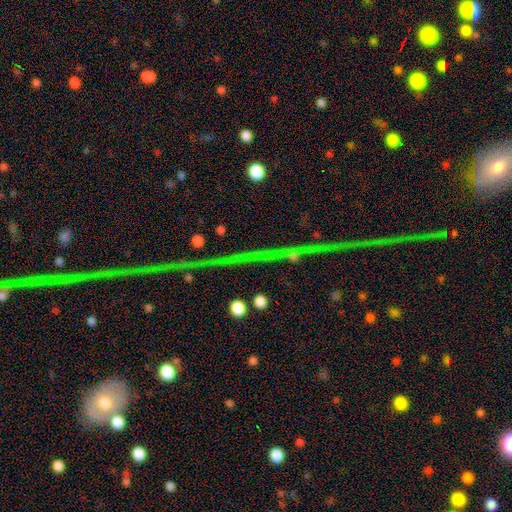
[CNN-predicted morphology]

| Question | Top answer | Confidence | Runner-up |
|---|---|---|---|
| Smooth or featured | star or artifact | 53% | featured or disk (24%) |